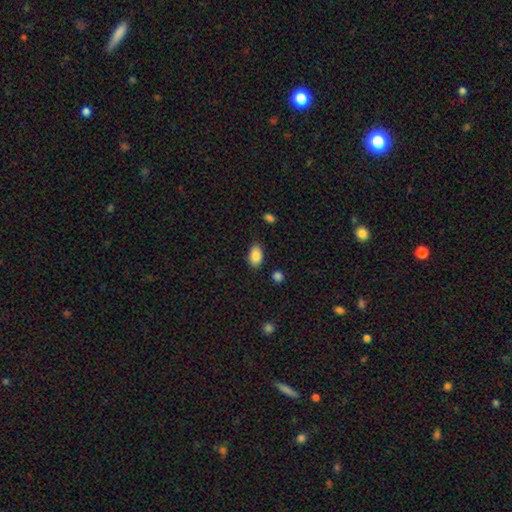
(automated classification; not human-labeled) Smooth or featured?
  - smooth: 88% *
  - star or artifact: 8%
  - featured or disk: 5%
How rounded?
  - in between: 91% *
  - round: 7%
  - cigar-shaped: 2%
Merging?
  - none: 81% *
  - minor disturbance: 14%
  - major disturbance: 3%
  - merger: 2%